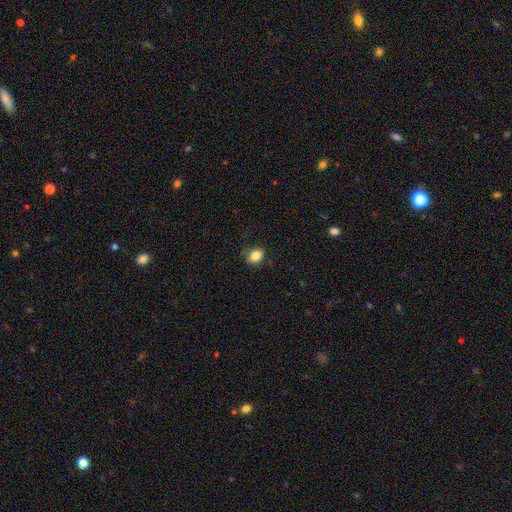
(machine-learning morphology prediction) Q: Smooth or featured?
A: smooth (85%); runner-up: star or artifact (10%)
Q: How rounded?
A: round (50%); runner-up: in between (49%)
Q: Merging?
A: none (81%); runner-up: minor disturbance (14%)